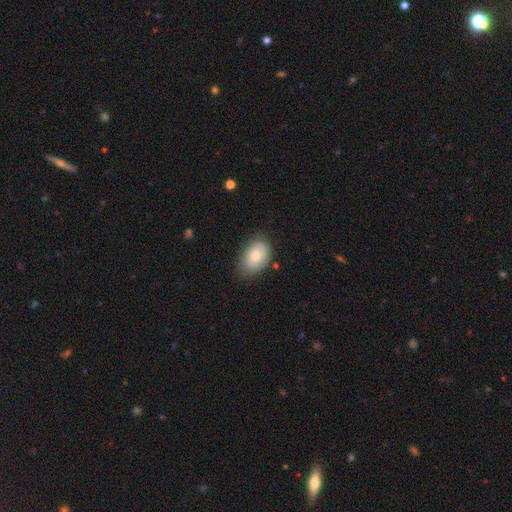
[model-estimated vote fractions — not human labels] smooth_or_featured: smooth (p=0.75) [alt: featured or disk p=0.18]
how_rounded: in between (p=0.86) [alt: round p=0.13]
merging: none (p=0.75) [alt: minor disturbance p=0.19]